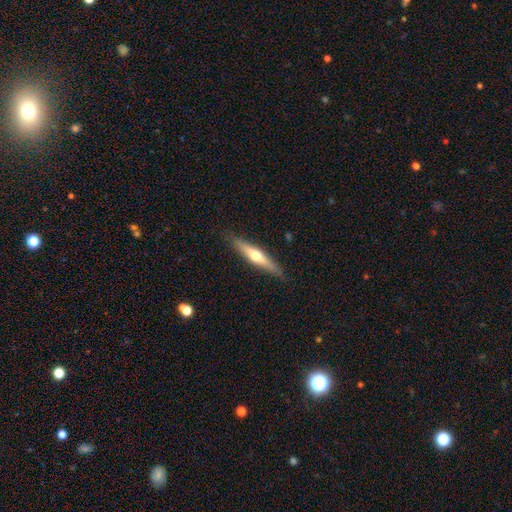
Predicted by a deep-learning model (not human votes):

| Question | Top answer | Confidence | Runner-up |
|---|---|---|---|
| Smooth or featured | featured or disk | 59% | smooth (36%) |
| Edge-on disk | yes | 95% | no (5%) |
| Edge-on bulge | rounded | 90% | none (7%) |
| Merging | none | 88% | minor disturbance (9%) |